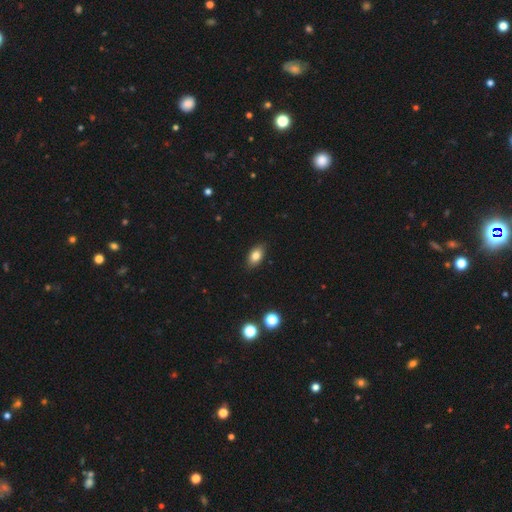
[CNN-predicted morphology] This appears to be a smooth galaxy with no disk features (82%) that is in between round and cigar-shaped (89%). Merging: none (87%).